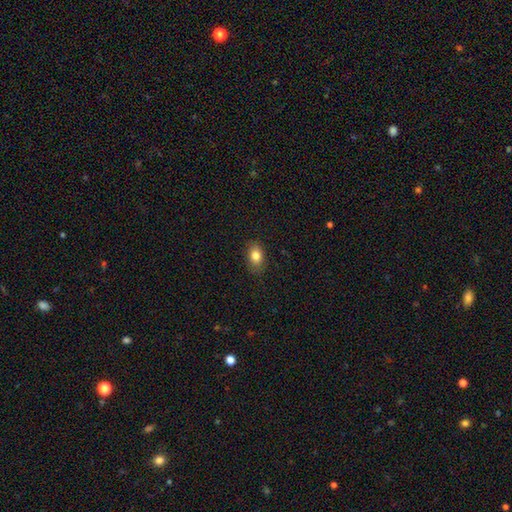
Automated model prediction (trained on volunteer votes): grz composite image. It shows a smooth galaxy with no disk features (83%) that is in between round and cigar-shaped (82%). Merging: none (85%).